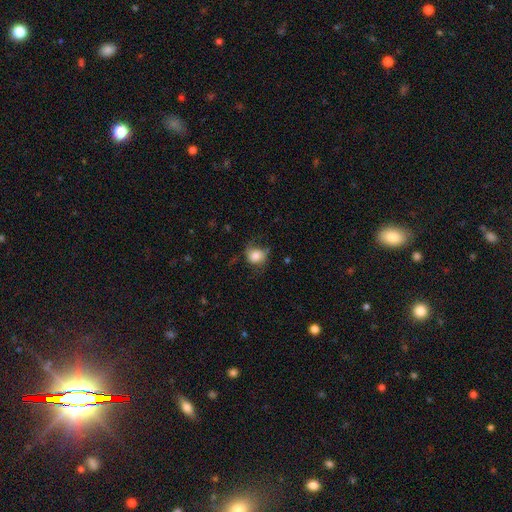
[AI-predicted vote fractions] Smooth or featured?
  - smooth: 73% *
  - featured or disk: 18%
  - star or artifact: 9%
How rounded?
  - round: 64% *
  - in between: 35%
  - cigar-shaped: 1%
Merging?
  - none: 53% *
  - minor disturbance: 28%
  - major disturbance: 17%
  - merger: 2%